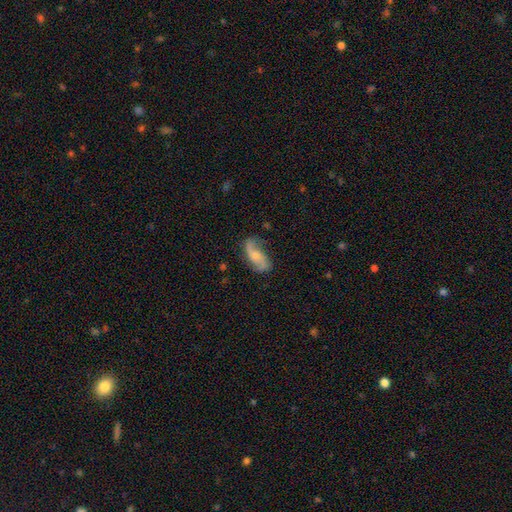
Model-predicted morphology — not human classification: Smooth or featured? featured or disk (70%)
Edge-on disk? no (95%)
Bar? no (57%)
Spiral arms? yes (93%)
Spiral winding? loose (67%)
Spiral arm count? 2 (88%)
Bulge size? none (34%)
Merging? none (63%)